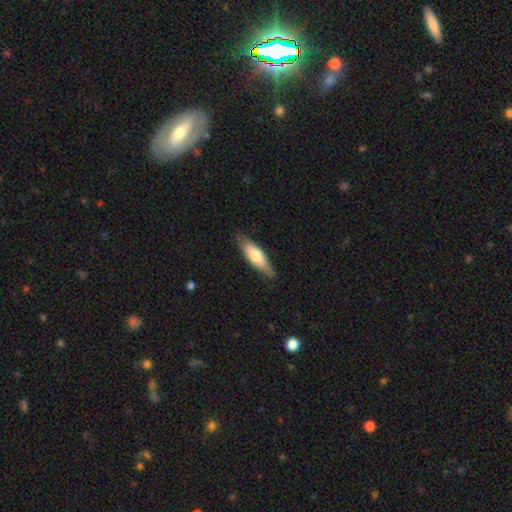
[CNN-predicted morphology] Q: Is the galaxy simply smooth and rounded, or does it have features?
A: smooth — 64%.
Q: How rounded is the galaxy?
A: cigar-shaped — 49%, tied with in between.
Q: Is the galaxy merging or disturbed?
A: none — 80%.